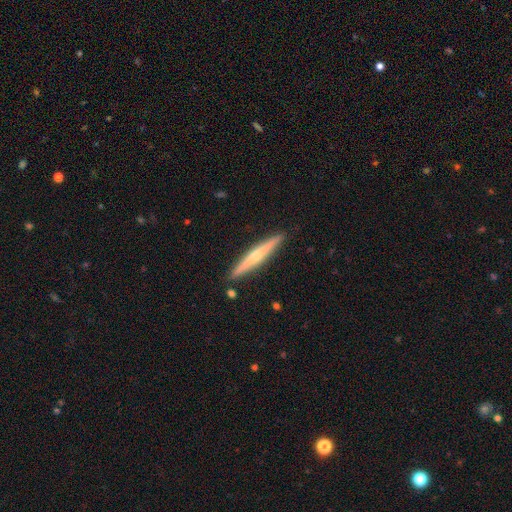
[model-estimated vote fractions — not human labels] A featured or disk galaxy (61%) viewed edge-on (97%) with a rounded central bulge (75%).

Vote fractions:
- Smooth or featured? featured or disk: 61% / smooth: 34% / star or artifact: 5%
- Edge-on disk? yes: 97% / no: 3%
- Edge-on bulge? rounded: 75% / none: 21% / boxy: 4%
- Merging? none: 90% / minor disturbance: 7% / merger: 2% / major disturbance: 1%